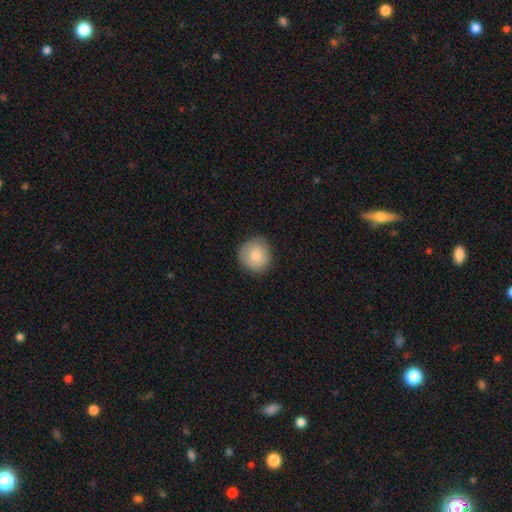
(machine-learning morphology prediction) This is clearly a smooth galaxy (83%). How rounded: clearly round (92%). Merging: clearly none (86%).